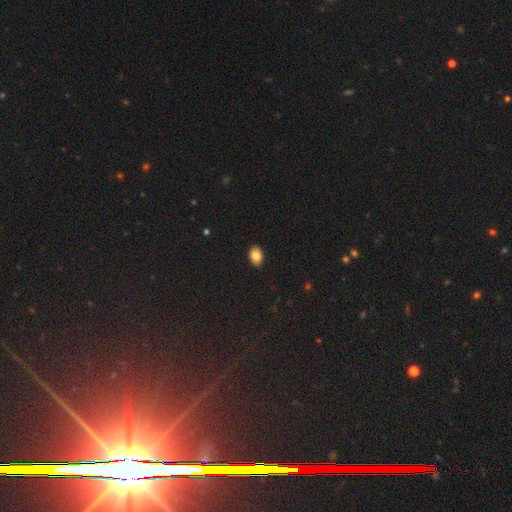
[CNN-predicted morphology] Q: Smooth or featured?
A: smooth (85%); runner-up: star or artifact (8%)
Q: How rounded?
A: in between (84%); runner-up: round (15%)
Q: Merging?
A: none (90%); runner-up: minor disturbance (8%)